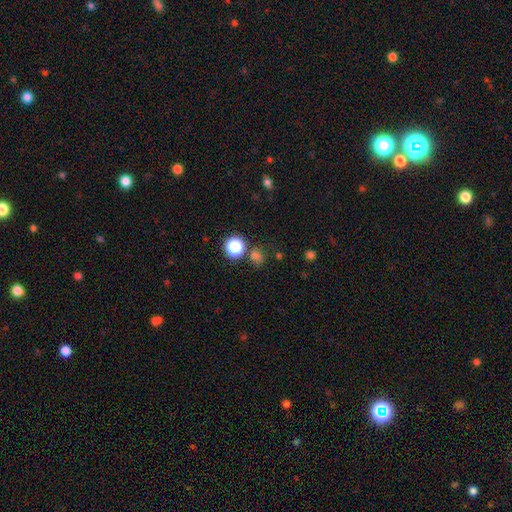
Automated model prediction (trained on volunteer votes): Q: Smooth or featured?
A: smooth (64%); runner-up: star or artifact (30%)
Q: How rounded?
A: round (75%); runner-up: in between (24%)
Q: Merging?
A: none (72%); runner-up: minor disturbance (13%)